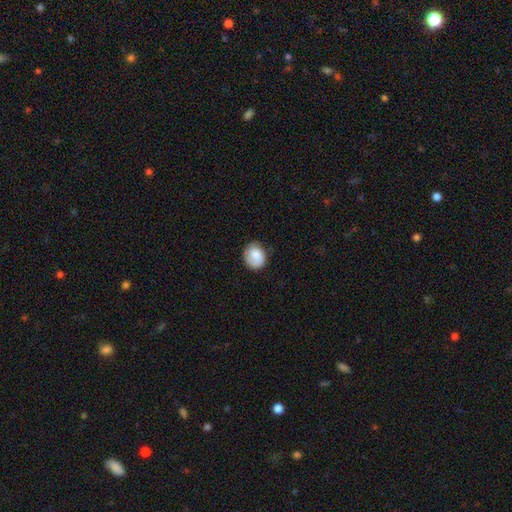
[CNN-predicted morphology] Overall: smooth (74%). How rounded: round (63%; in between 36%). Merging: none (70%).